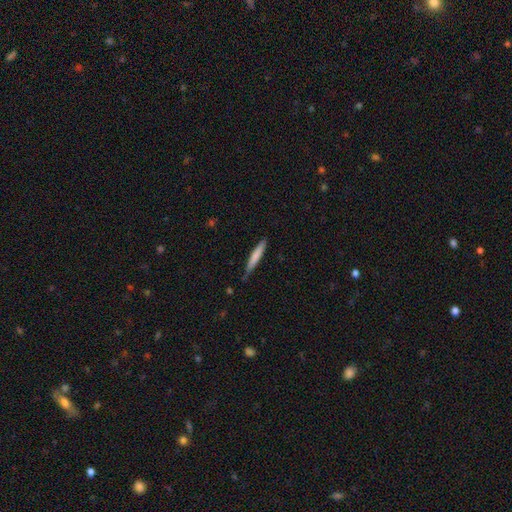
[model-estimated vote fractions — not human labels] smooth 74%, featured or disk 21%, star or artifact 5%. Down the decision tree: how rounded — cigar-shaped (94%); merging — none (75%).